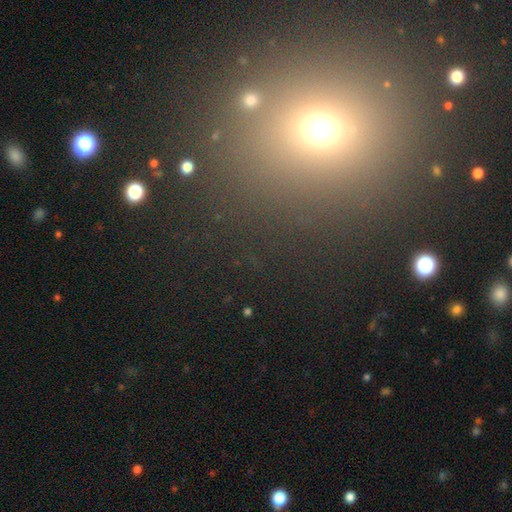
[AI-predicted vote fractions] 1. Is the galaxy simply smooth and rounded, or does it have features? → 46% smooth, 45% star or artifact, 9% featured or disk.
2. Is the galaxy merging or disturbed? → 86% none, 7% minor disturbance, 4% major disturbance, 3% merger.